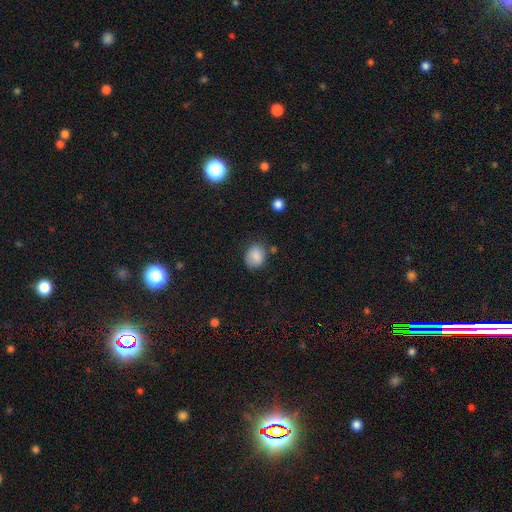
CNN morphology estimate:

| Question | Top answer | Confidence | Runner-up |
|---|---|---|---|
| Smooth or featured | smooth | 85% | star or artifact (9%) |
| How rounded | round | 63% | in between (36%) |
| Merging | none | 72% | minor disturbance (19%) |